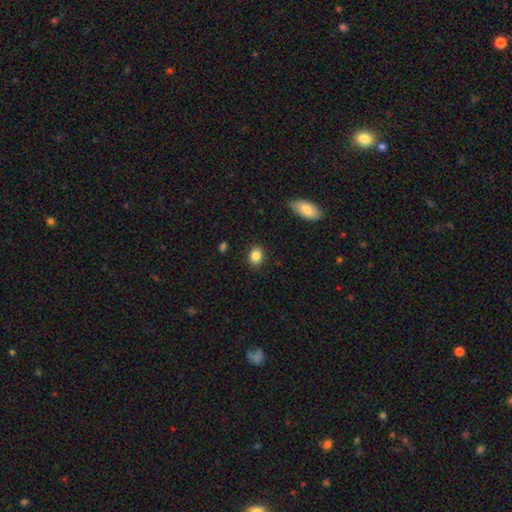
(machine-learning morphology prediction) type=smooth (85%); roundness=round (56%); merging=none (88%).